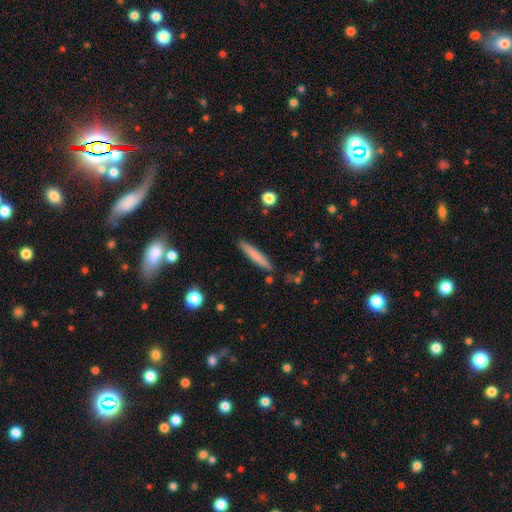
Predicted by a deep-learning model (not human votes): A smooth galaxy with no disk features (73%) that is cigar-shaped (94%). Merging: none (88%).